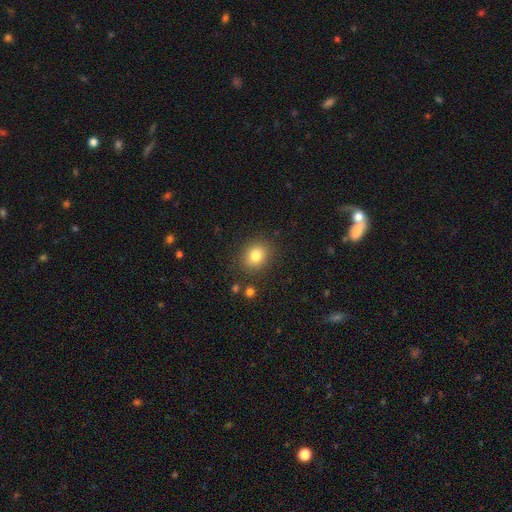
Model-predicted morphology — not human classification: A smooth galaxy with no disk features (81%) that is round (69%).

Vote fractions:
- Smooth or featured? smooth: 81% / star or artifact: 11% / featured or disk: 8%
- How rounded? round: 69% / in between: 30% / cigar-shaped: 1%
- Merging? none: 86% / minor disturbance: 9% / major disturbance: 3% / merger: 2%